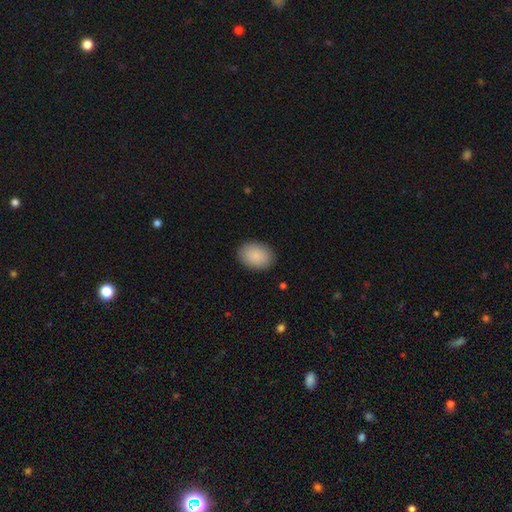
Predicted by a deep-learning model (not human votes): Smooth or featured? smooth (88%)
How rounded? in between (76%)
Merging? none (88%)